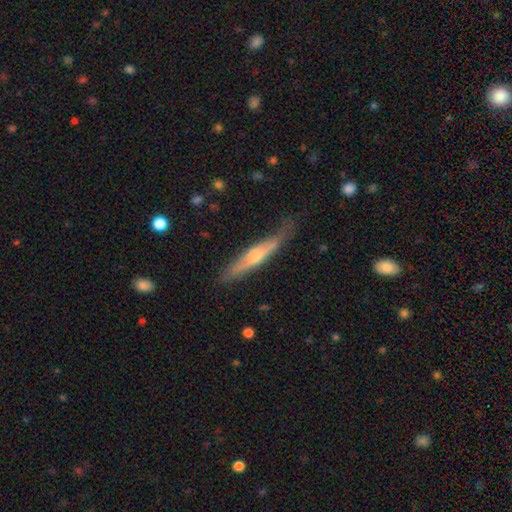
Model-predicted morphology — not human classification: Smooth or featured: featured or disk — 52% (smooth — 42%)
Edge-on disk: yes — 89% (no — 11%)
Merging: none — 67% (minor disturbance — 24%)